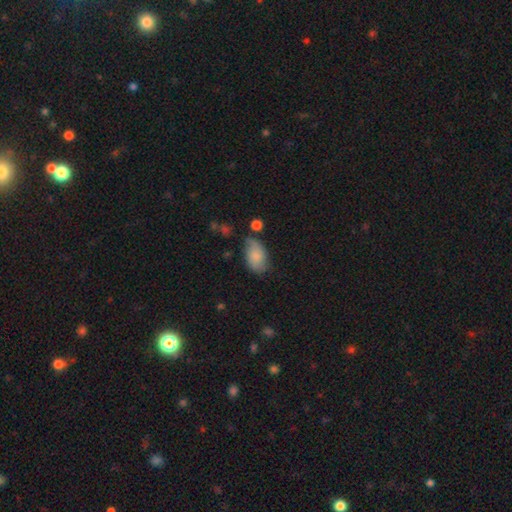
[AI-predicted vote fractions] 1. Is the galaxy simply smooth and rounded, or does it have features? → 70% smooth, 22% featured or disk, 8% star or artifact.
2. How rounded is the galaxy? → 92% in between, 6% round, 2% cigar-shaped.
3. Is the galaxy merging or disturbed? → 59% none, 28% minor disturbance, 8% major disturbance, 5% merger.